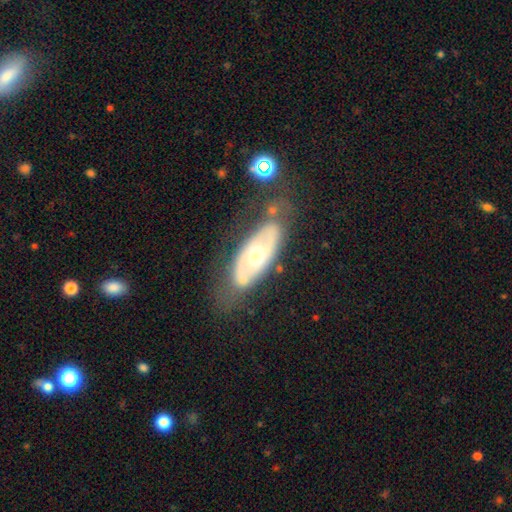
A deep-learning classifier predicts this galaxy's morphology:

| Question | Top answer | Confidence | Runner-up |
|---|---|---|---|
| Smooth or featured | featured or disk | 66% | smooth (28%) |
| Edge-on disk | no | 86% | yes (14%) |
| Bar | no | 74% | weak (18%) |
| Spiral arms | no | 62% | yes (38%) |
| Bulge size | moderate | 66% | small (26%) |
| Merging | none | 66% | minor disturbance (19%) |